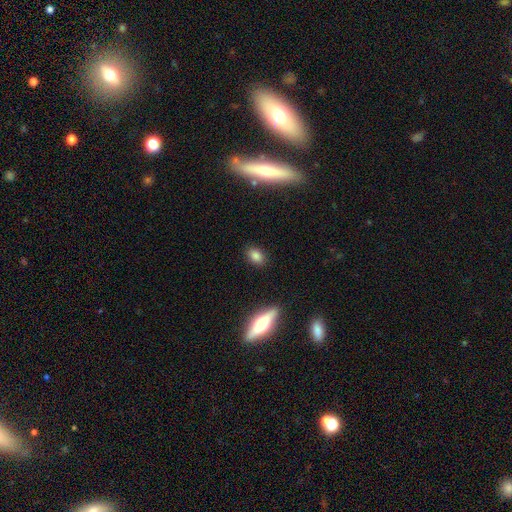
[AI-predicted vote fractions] This appears to be a smooth galaxy with no disk features (83%) that is in between round and cigar-shaped (77%). Merging: none (87%).